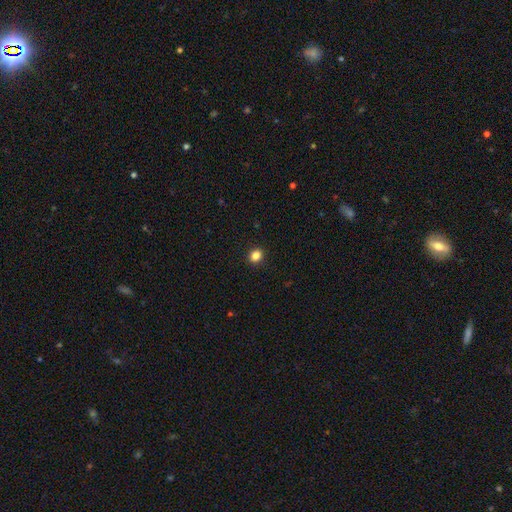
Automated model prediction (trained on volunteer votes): This is clearly a smooth galaxy (85%). How rounded: likely round (66%). Merging: clearly none (92%).